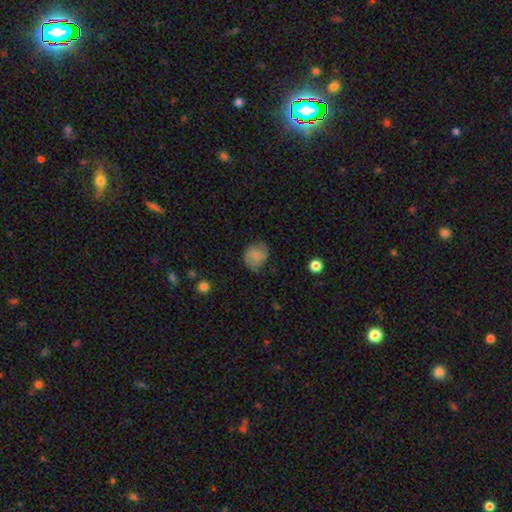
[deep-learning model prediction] Smooth or featured? smooth (71%)
How rounded? round (60%)
Merging? none (62%)